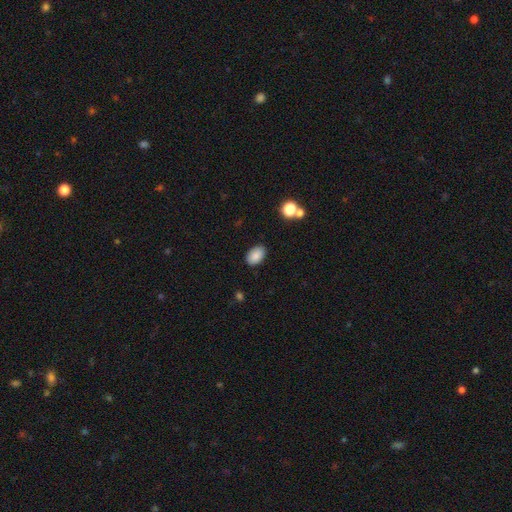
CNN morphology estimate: A smooth galaxy with no disk features (87%) that is in between round and cigar-shaped (91%). Merging: none (88%).